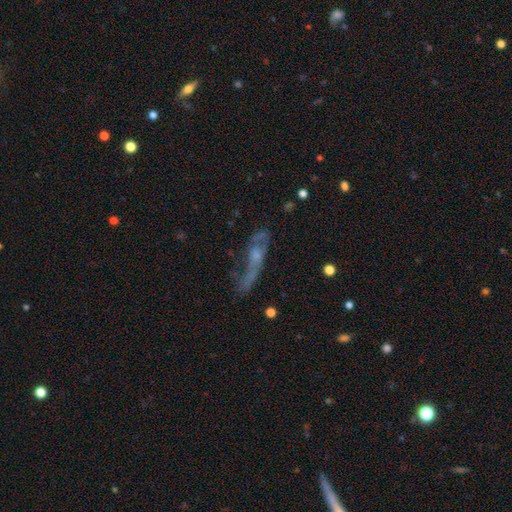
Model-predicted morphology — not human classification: Smooth or featured? featured or disk (60%)
Edge-on disk? no (64%)
Merging? none (39%)